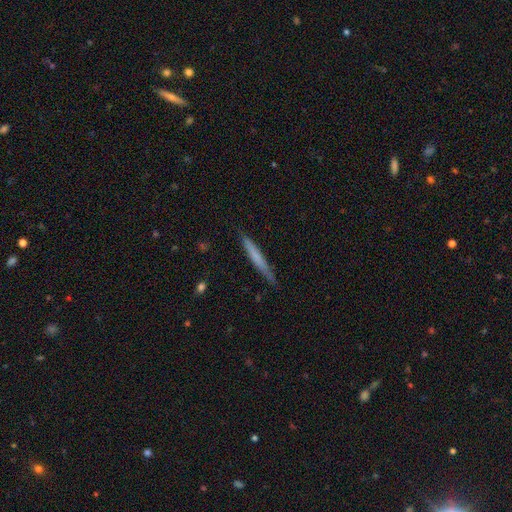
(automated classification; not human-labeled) smooth-or-featured: smooth: 60% | featured or disk: 35% | star or artifact: 5%
  how-rounded: cigar-shaped: 96% | in between: 3% | round: 1%
  merging: none: 85% | minor disturbance: 11% | major disturbance: 2% | merger: 1%